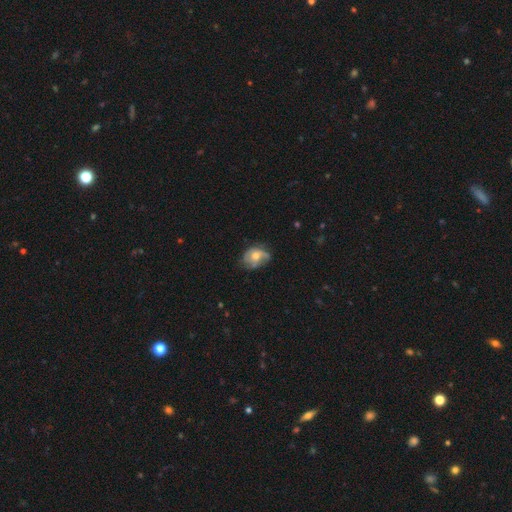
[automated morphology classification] A featured or disk galaxy (59%) with no bar (79%), spiral arms (76%) and a moderate central bulge (68%).

Vote fractions:
- Smooth or featured? featured or disk: 59% / smooth: 34% / star or artifact: 8%
- Edge-on disk? no: 97% / yes: 3%
- Bar? no: 79% / weak: 18% / strong: 3%
- Spiral arms? yes: 76% / no: 24%
- Bulge size? moderate: 68% / small: 20% / large: 9% / none: 2% / dominant: 1%
- Merging? none: 53% / minor disturbance: 29% / major disturbance: 16% / merger: 2%